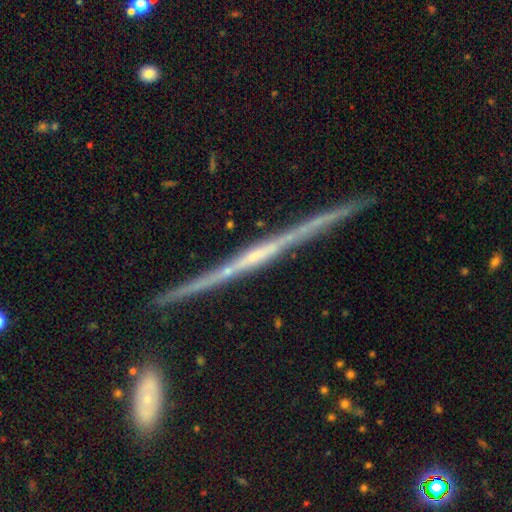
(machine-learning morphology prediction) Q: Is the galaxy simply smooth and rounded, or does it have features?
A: featured or disk — 81%.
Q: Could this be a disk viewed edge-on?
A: yes — 98%.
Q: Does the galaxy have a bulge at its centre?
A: none — 50%.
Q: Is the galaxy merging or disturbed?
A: none — 89%.